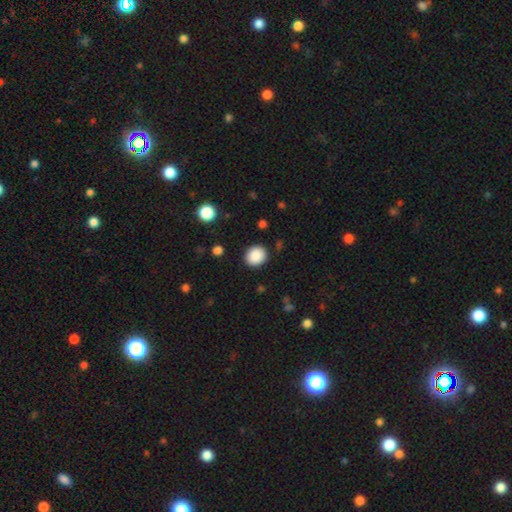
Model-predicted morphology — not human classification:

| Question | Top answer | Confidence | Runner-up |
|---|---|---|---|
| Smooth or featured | smooth | 88% | star or artifact (9%) |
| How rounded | round | 78% | in between (21%) |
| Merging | none | 89% | minor disturbance (8%) |